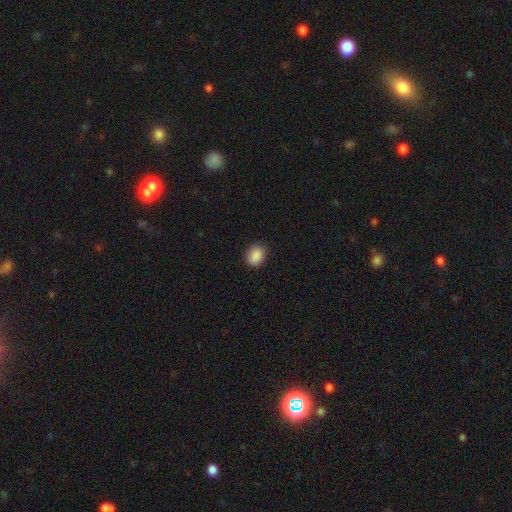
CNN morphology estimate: Q: Smooth or featured?
A: smooth (89%); runner-up: star or artifact (9%)
Q: How rounded?
A: in between (61%); runner-up: round (38%)
Q: Merging?
A: none (84%); runner-up: minor disturbance (12%)